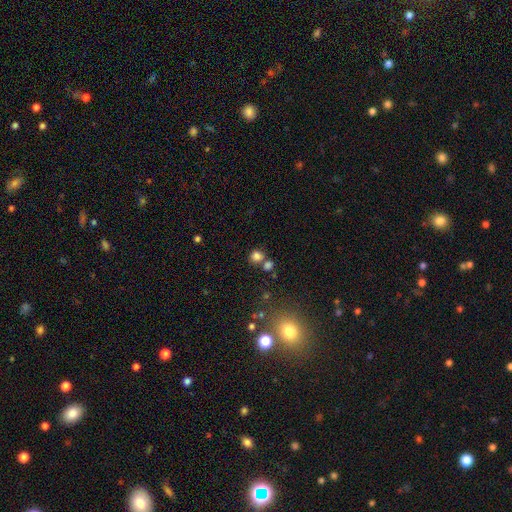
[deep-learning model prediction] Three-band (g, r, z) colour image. It shows a smooth galaxy with no disk features (48%). Merging: none (76%).